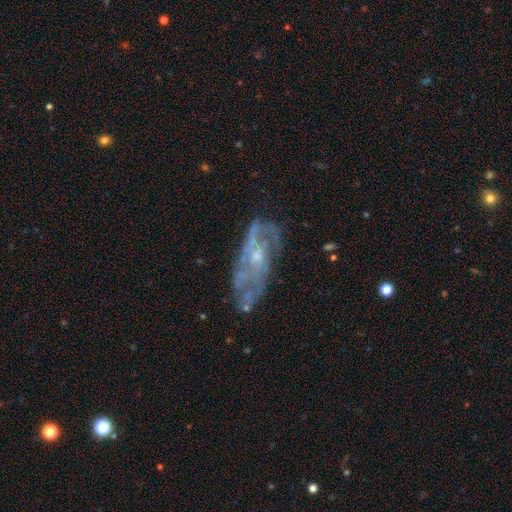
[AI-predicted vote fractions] Smooth or featured? Predicted: featured or disk (p=0.76). Edge-on disk? Predicted: no (p=0.90). Bar? Predicted: no (p=0.74). Spiral arms? Predicted: yes (p=0.70). Bulge size? Predicted: small (p=0.58). Merging? Predicted: none (p=0.60).